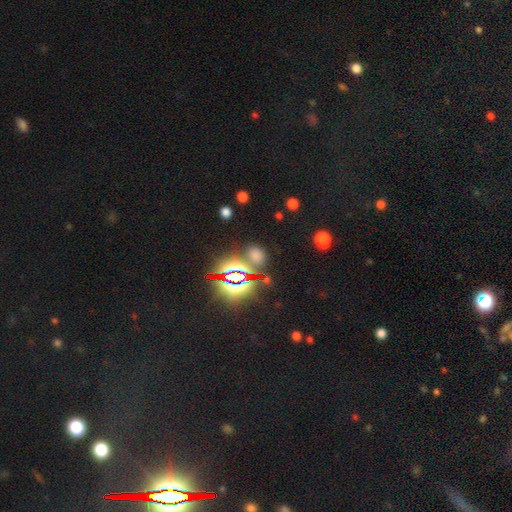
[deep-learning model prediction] smooth_or_featured: star or artifact (p=0.48) [alt: smooth p=0.45]